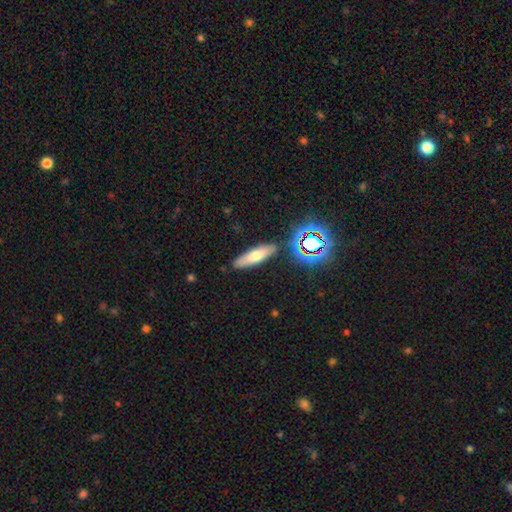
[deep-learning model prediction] smooth 61%, featured or disk 26%, star or artifact 13%. Down the decision tree: how rounded — cigar-shaped (64%); merging — none (85%).